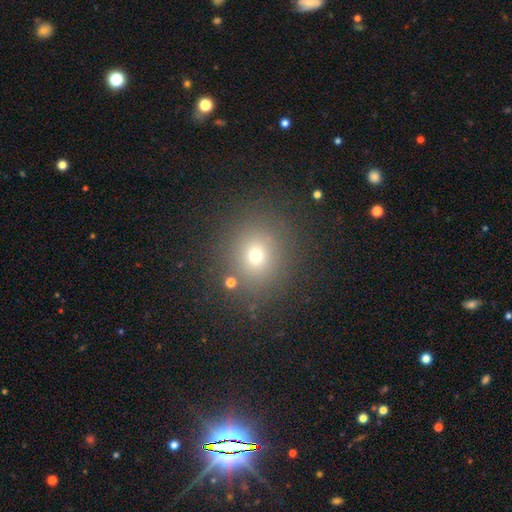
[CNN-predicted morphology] Q: Smooth or featured?
A: smooth (66%); runner-up: star or artifact (23%)
Q: How rounded?
A: round (83%); runner-up: in between (16%)
Q: Merging?
A: none (85%); runner-up: minor disturbance (8%)